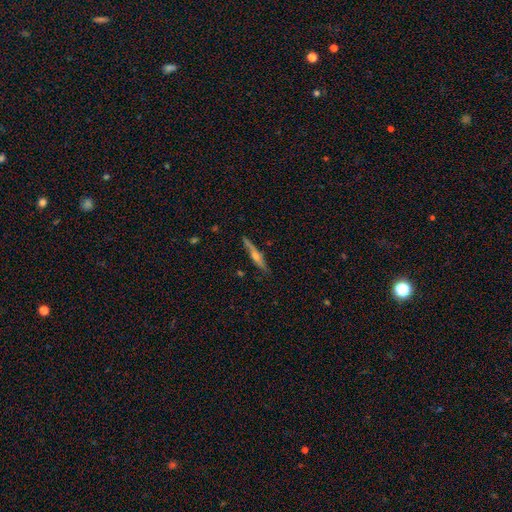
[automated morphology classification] smooth_or_featured: featured or disk (p=0.65) [alt: smooth p=0.28]
disk_edge_on: yes (p=0.94) [alt: no p=0.06]
edge_on_bulge: rounded (p=0.82) [alt: none p=0.11]
merging: none (p=0.81) [alt: minor disturbance p=0.14]